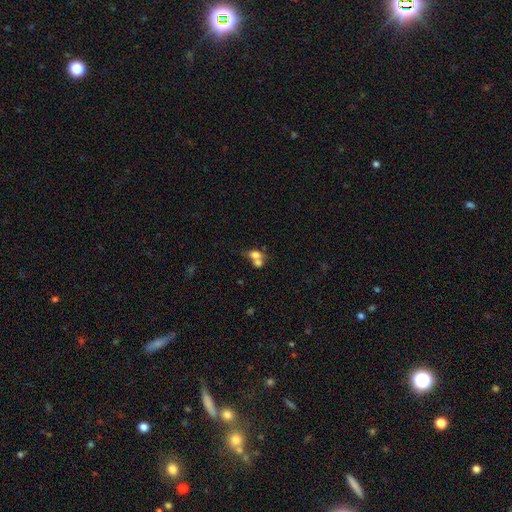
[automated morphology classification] Smooth or featured: smooth — 69% (featured or disk — 20%)
How rounded: in between — 67% (round — 28%)
Merging: merger — 62% (none — 24%)